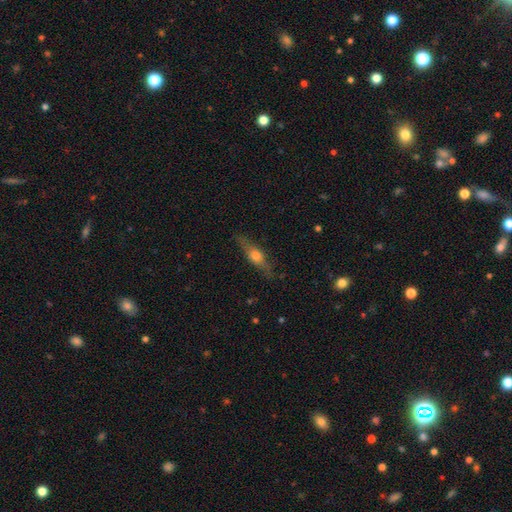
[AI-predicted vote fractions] A featured or disk galaxy (60%) viewed edge-on (92%) with a rounded central bulge (92%).

Vote fractions:
- Smooth or featured? featured or disk: 60% / smooth: 33% / star or artifact: 7%
- Edge-on disk? yes: 92% / no: 8%
- Edge-on bulge? rounded: 92% / boxy: 6% / none: 3%
- Merging? none: 83% / minor disturbance: 13% / major disturbance: 3% / merger: 1%